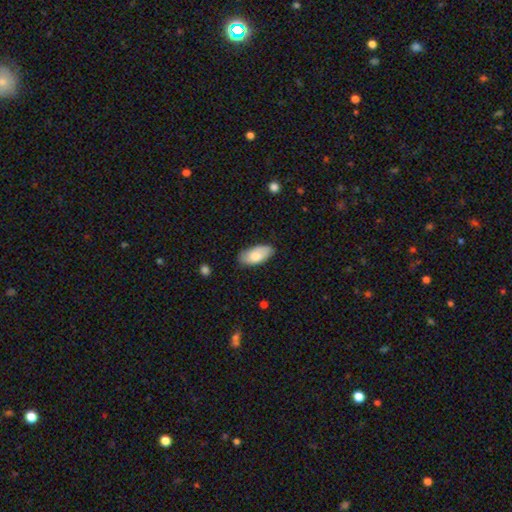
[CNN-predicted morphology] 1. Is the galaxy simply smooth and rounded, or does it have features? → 77% smooth, 18% featured or disk, 6% star or artifact.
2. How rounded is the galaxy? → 92% in between, 5% cigar-shaped, 2% round.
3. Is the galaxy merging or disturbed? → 79% none, 17% minor disturbance, 3% major disturbance, 1% merger.